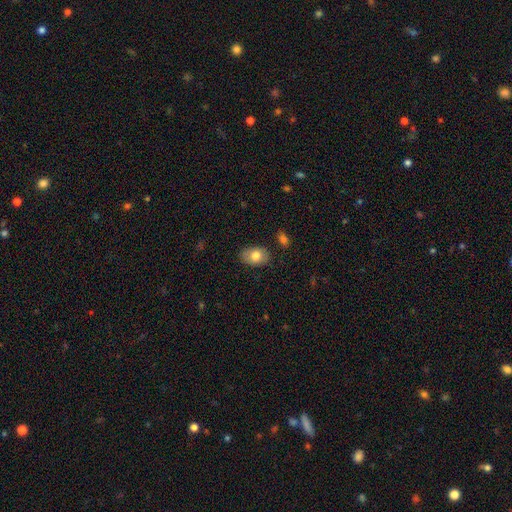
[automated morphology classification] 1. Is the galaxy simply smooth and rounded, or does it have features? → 77% smooth, 17% featured or disk, 7% star or artifact.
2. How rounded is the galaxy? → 84% in between, 15% round, 1% cigar-shaped.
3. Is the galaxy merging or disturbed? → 82% none, 13% minor disturbance, 3% major disturbance, 2% merger.